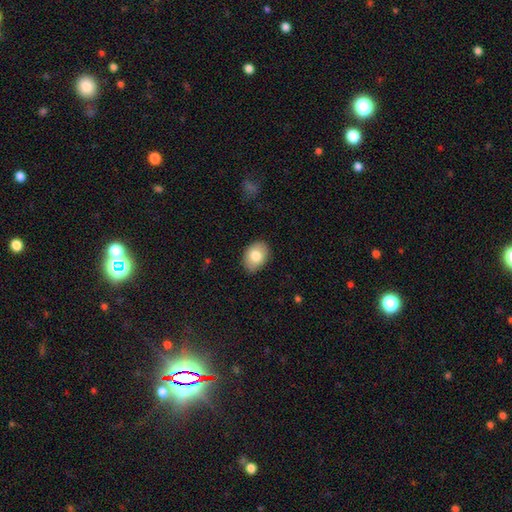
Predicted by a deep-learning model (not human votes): A smooth galaxy with no disk features (80%) that is in between round and cigar-shaped (75%).

Vote fractions:
- Smooth or featured? smooth: 80% / featured or disk: 13% / star or artifact: 8%
- How rounded? in between: 75% / round: 24% / cigar-shaped: 1%
- Merging? none: 83% / minor disturbance: 14% / major disturbance: 2% / merger: 1%